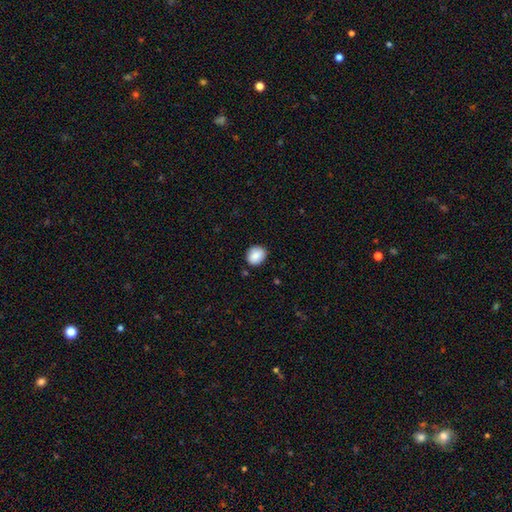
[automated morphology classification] The model was most divided on "how rounded": round: 62%, in between: 37%, cigar-shaped: 1%. More confident: smooth or featured — smooth (87%); merging — none (84%).